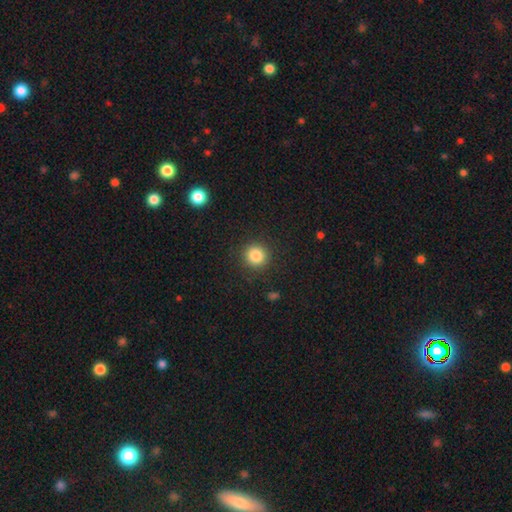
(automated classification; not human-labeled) This appears to be a smooth galaxy with no disk features (84%) that is round (93%). Merging: none (90%).